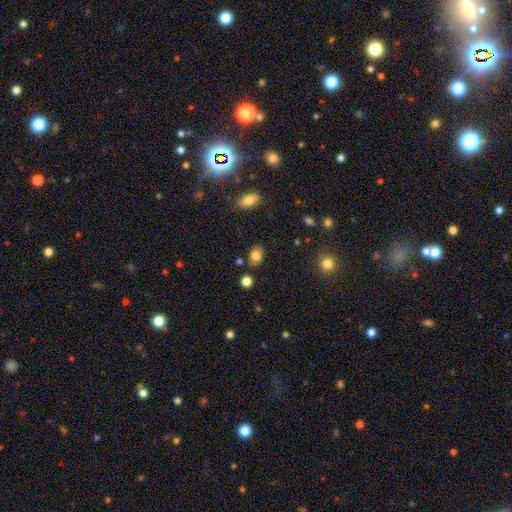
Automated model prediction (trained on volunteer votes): Smooth or featured? Predicted: smooth (p=0.81). How rounded? Predicted: in between (p=0.70). Merging? Predicted: none (p=0.79).